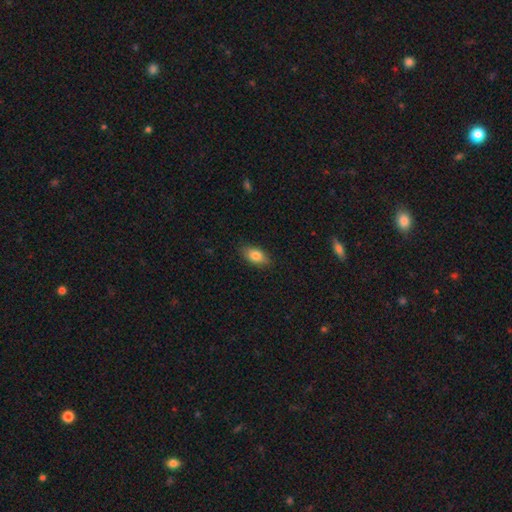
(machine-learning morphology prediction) The model was most divided on "smooth or featured": smooth: 81%, featured or disk: 11%, star or artifact: 8%. More confident: how rounded — in between (89%); merging — none (86%).